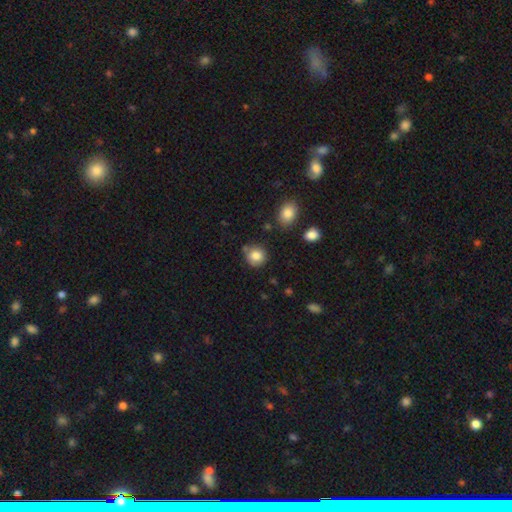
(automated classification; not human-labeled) Smooth or featured? Predicted: smooth (p=0.85). How rounded? Predicted: round (p=0.87). Merging? Predicted: none (p=0.77).